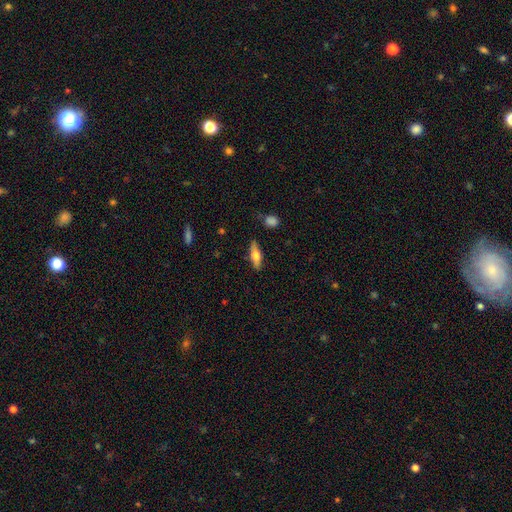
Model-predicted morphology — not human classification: Q: Smooth or featured?
A: smooth (52%); runner-up: featured or disk (42%)
Q: How rounded?
A: cigar-shaped (49%); runner-up: in between (48%)
Q: Merging?
A: none (82%); runner-up: minor disturbance (13%)